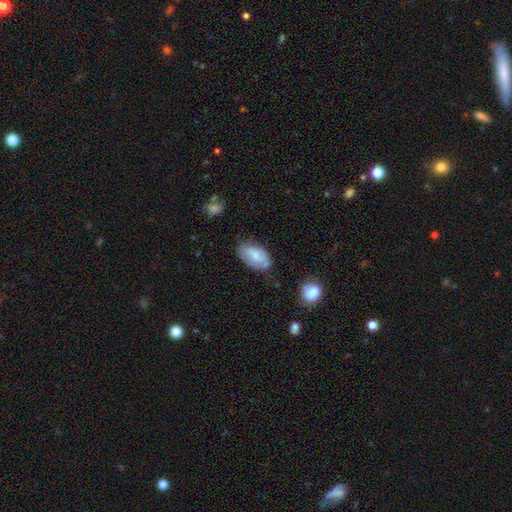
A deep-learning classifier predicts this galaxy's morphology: Smooth or featured?
  - smooth: 71% *
  - featured or disk: 22%
  - star or artifact: 7%
How rounded?
  - in between: 94% *
  - round: 4%
  - cigar-shaped: 2%
Merging?
  - none: 66% *
  - minor disturbance: 25%
  - major disturbance: 6%
  - merger: 3%